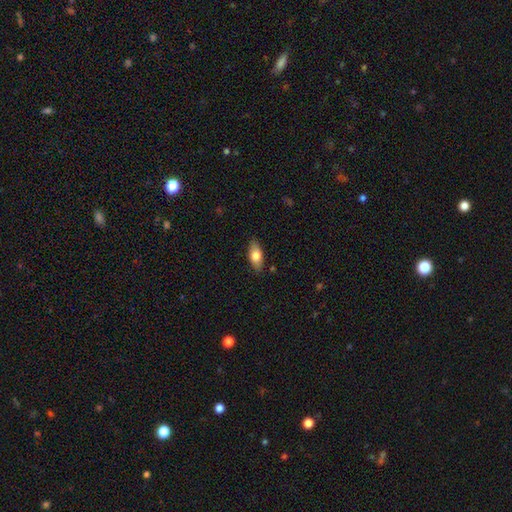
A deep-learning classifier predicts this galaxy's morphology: Overall: smooth (74%). How rounded: in between (83%). Merging: none (85%).